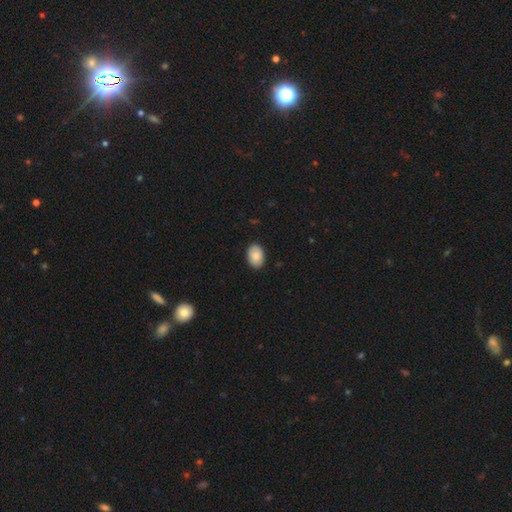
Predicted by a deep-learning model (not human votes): Q: Smooth or featured?
A: smooth (85%); runner-up: featured or disk (8%)
Q: How rounded?
A: in between (83%); runner-up: round (16%)
Q: Merging?
A: none (88%); runner-up: minor disturbance (9%)